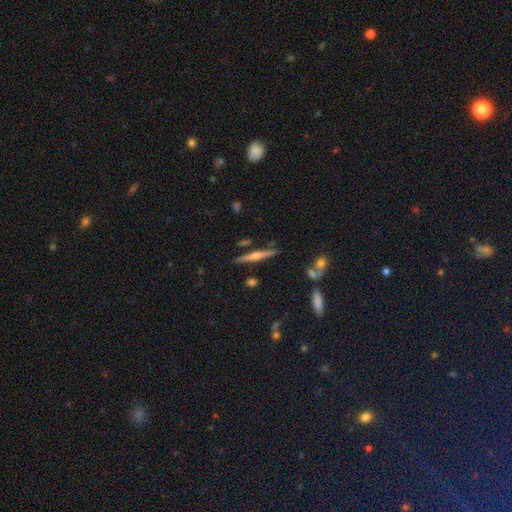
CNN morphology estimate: Overall: featured or disk (72%). Edge-on disk: yes (98%). Edge-on bulge: rounded (83%). Merging: none (85%).